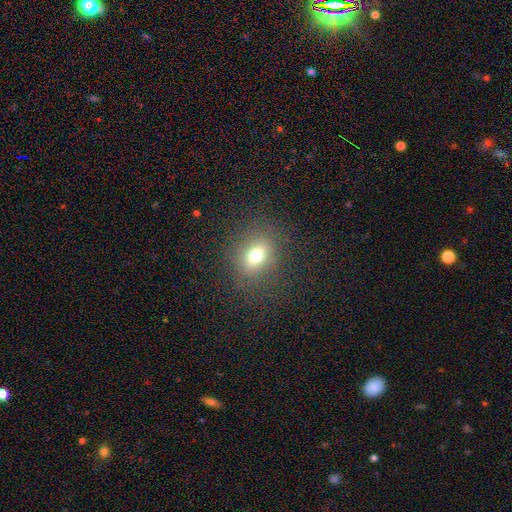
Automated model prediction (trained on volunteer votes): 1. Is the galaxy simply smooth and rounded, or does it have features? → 67% smooth, 17% star or artifact, 17% featured or disk.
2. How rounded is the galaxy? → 51% round, 47% in between, 3% cigar-shaped.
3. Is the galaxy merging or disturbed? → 83% none, 10% minor disturbance, 6% major disturbance, 1% merger.